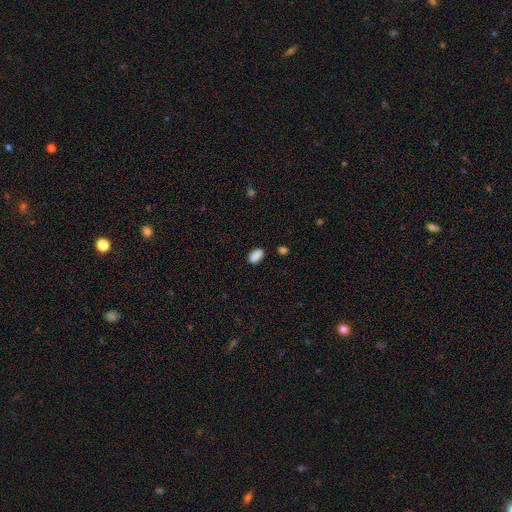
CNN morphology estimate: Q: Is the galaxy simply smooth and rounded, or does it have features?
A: smooth — 88%.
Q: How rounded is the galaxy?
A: in between — 93%.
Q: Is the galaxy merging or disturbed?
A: none — 84%.